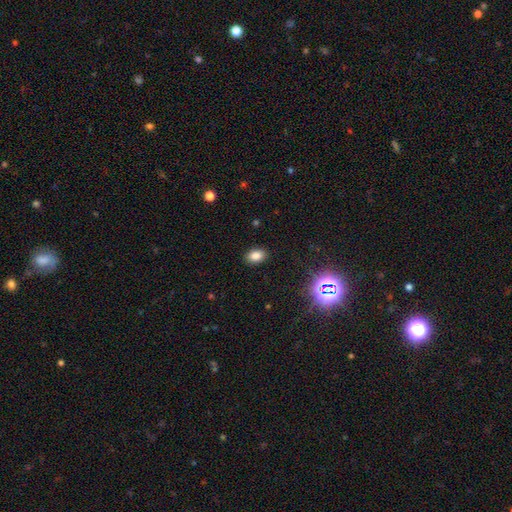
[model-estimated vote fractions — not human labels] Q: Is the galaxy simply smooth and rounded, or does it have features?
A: smooth — 82%.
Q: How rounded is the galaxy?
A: in between — 84%.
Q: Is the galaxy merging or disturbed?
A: none — 88%.